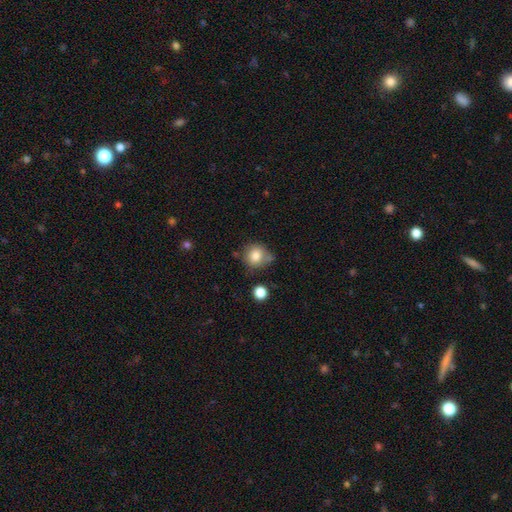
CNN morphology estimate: smooth_or_featured: smooth (p=0.81) [alt: star or artifact p=0.10]
how_rounded: round (p=0.87) [alt: in between p=0.12]
merging: none (p=0.64) [alt: minor disturbance p=0.20]